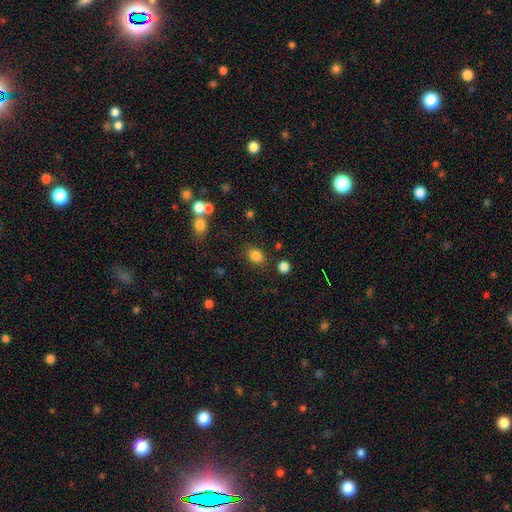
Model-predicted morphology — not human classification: smooth_or_featured: smooth (p=0.83) [alt: star or artifact p=0.11]
how_rounded: in between (p=0.60) [alt: round p=0.39]
merging: none (p=0.81) [alt: minor disturbance p=0.11]